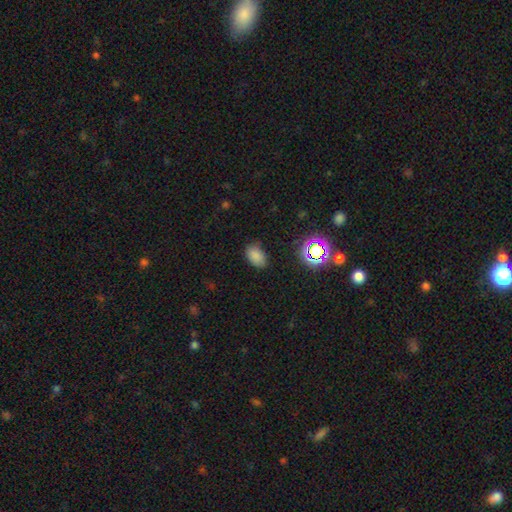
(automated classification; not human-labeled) Q: Smooth or featured?
A: smooth (77%); runner-up: star or artifact (17%)
Q: How rounded?
A: in between (88%); runner-up: round (11%)
Q: Merging?
A: none (78%); runner-up: minor disturbance (16%)